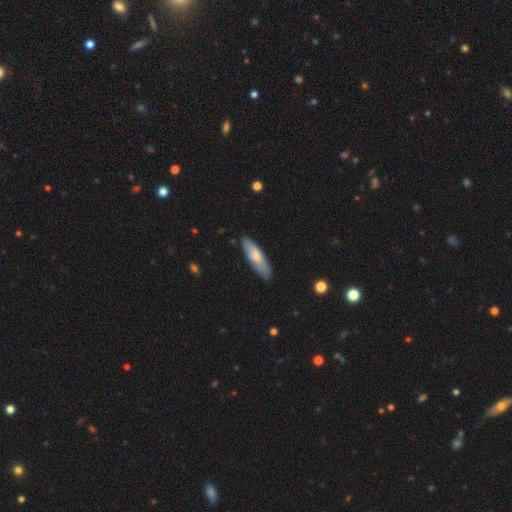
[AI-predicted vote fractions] smooth_or_featured: smooth (p=0.69) [alt: featured or disk p=0.26]
how_rounded: cigar-shaped (p=0.60) [alt: in between p=0.38]
merging: none (p=0.82) [alt: minor disturbance p=0.14]